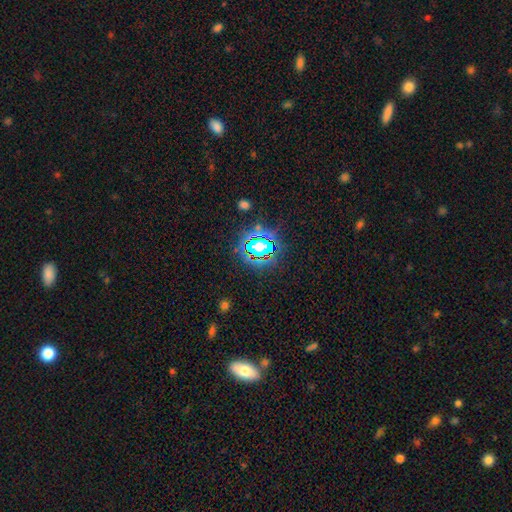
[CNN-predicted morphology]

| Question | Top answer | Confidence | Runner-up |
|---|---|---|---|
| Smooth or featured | star or artifact | 69% | smooth (20%) |